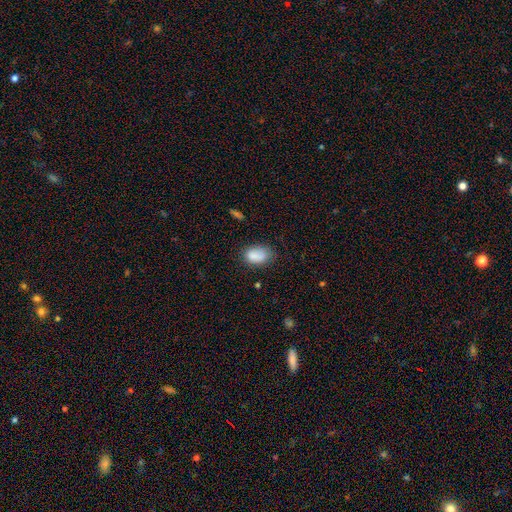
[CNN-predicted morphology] The model was most divided on "merging": none: 64%, minor disturbance: 26%, major disturbance: 7%, merger: 3%. More confident: how rounded — in between (86%); smooth or featured — smooth (85%).